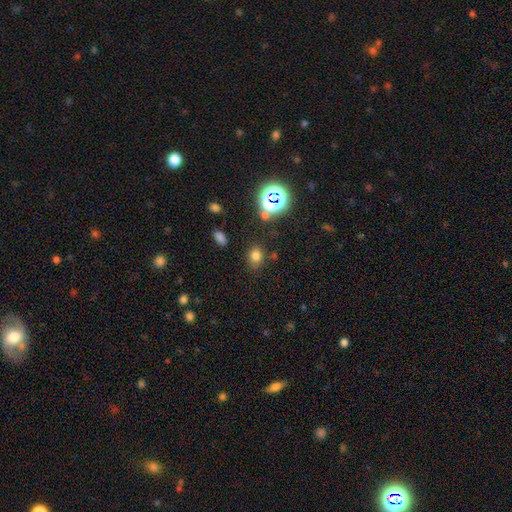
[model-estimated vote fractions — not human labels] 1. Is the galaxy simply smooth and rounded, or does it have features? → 72% smooth, 22% star or artifact, 7% featured or disk.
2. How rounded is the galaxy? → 50% in between, 49% round, 1% cigar-shaped.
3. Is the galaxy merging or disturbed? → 75% none, 15% minor disturbance, 6% merger, 5% major disturbance.